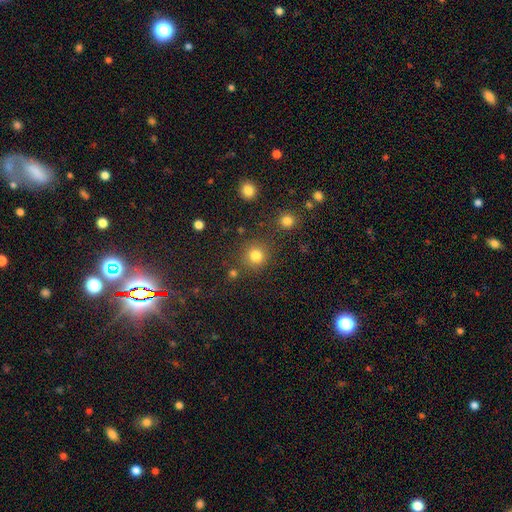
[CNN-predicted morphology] Smooth or featured?
  - smooth: 81% *
  - star or artifact: 14%
  - featured or disk: 5%
How rounded?
  - round: 91% *
  - in between: 8%
  - cigar-shaped: 1%
Merging?
  - none: 82% *
  - minor disturbance: 8%
  - merger: 6%
  - major disturbance: 4%